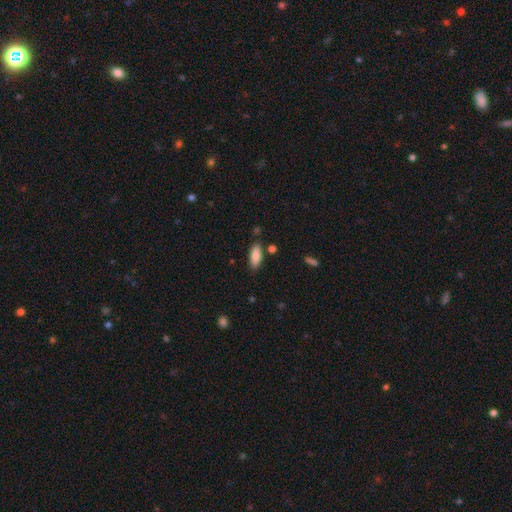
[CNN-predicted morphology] This appears to be a smooth galaxy with no disk features (87%) that is in between round and cigar-shaped (80%). Merging: none (82%).